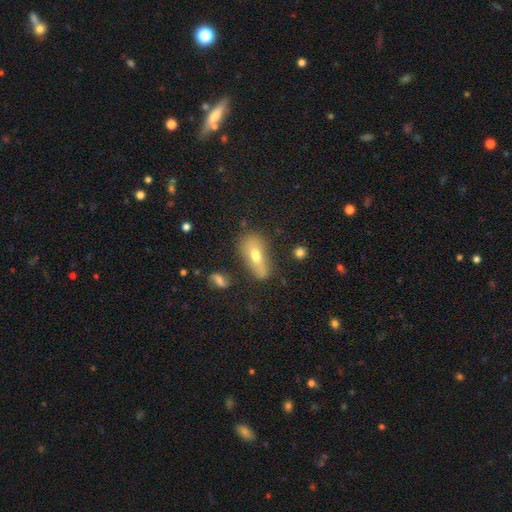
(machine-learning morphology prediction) A smooth galaxy with no disk features (62%) that is in between round and cigar-shaped (79%).

Vote fractions:
- Smooth or featured? smooth: 62% / featured or disk: 27% / star or artifact: 11%
- How rounded? in between: 79% / cigar-shaped: 14% / round: 7%
- Merging? none: 49% / minor disturbance: 24% / merger: 14% / major disturbance: 12%